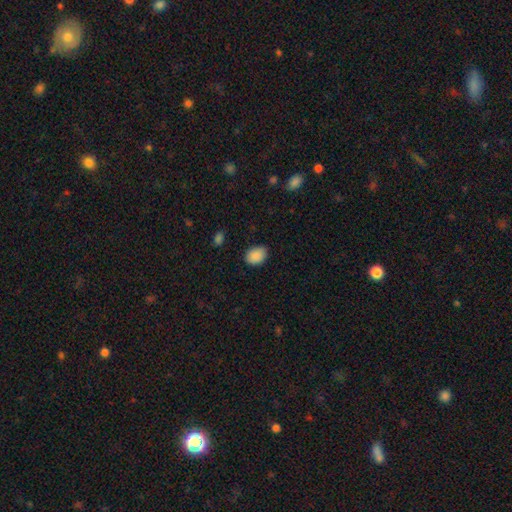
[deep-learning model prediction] smooth 89%, star or artifact 8%, featured or disk 4%. Down the decision tree: how rounded — in between (78%); merging — none (82%).